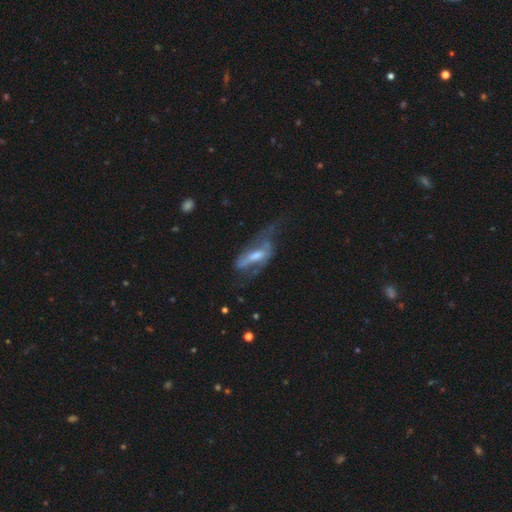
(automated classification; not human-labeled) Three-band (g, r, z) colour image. It shows a featured or disk galaxy (70%) with a weak bar (38%), spiral arms (71%) and a moderate central bulge (50%). Merging: major disturbance (37%, tied with none).